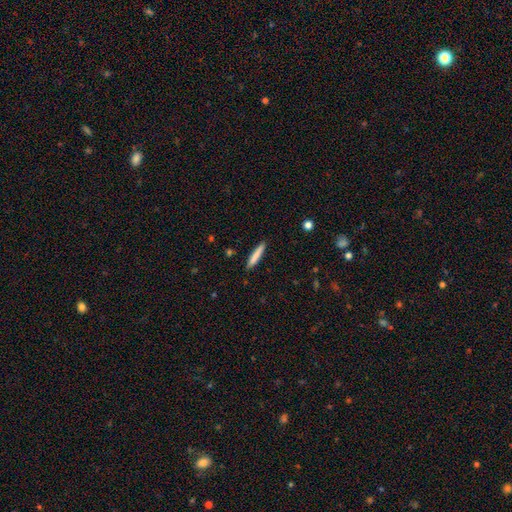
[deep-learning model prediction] Smooth or featured? smooth (79%)
How rounded? cigar-shaped (93%)
Merging? none (89%)